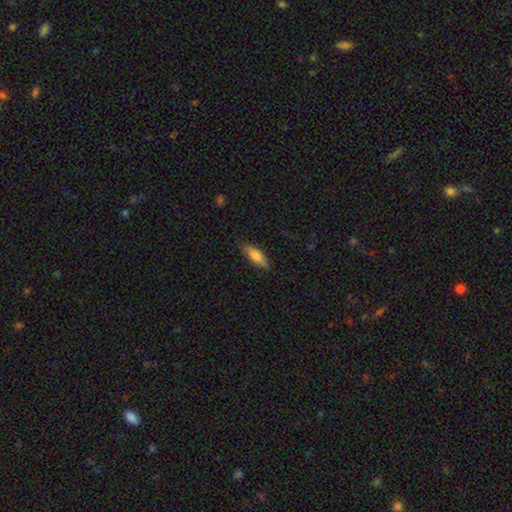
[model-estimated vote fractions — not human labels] The model was most divided on "how rounded": in between: 59%, cigar-shaped: 39%, round: 2%. More confident: merging — none (85%); smooth or featured — smooth (77%).